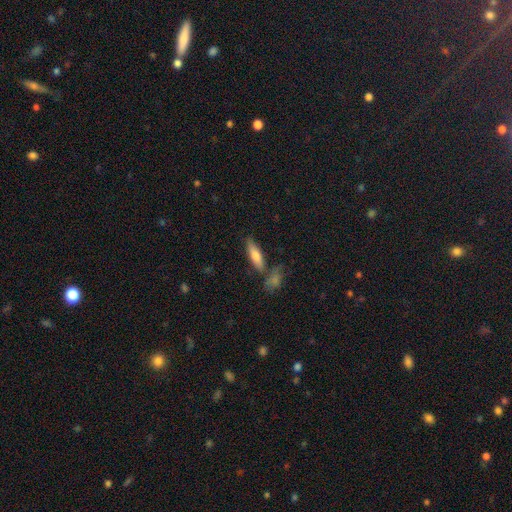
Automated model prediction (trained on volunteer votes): The model was most divided on "how rounded": cigar-shaped: 56%, in between: 42%, round: 2%. More confident: smooth or featured — smooth (70%); merging — none (69%).